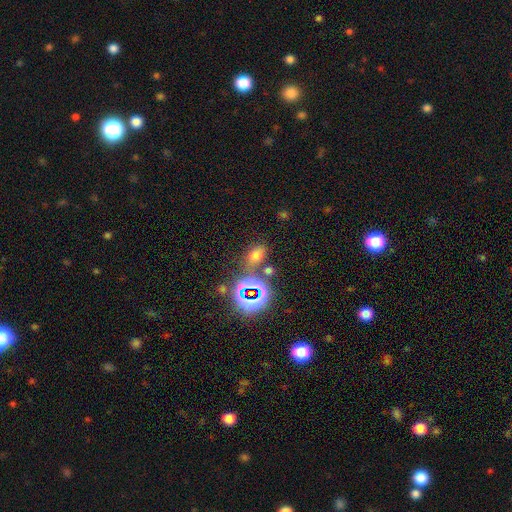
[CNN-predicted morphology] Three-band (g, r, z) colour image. It shows a smooth galaxy with no disk features (56%) that is in between round and cigar-shaped (81%). Merging: none (65%).